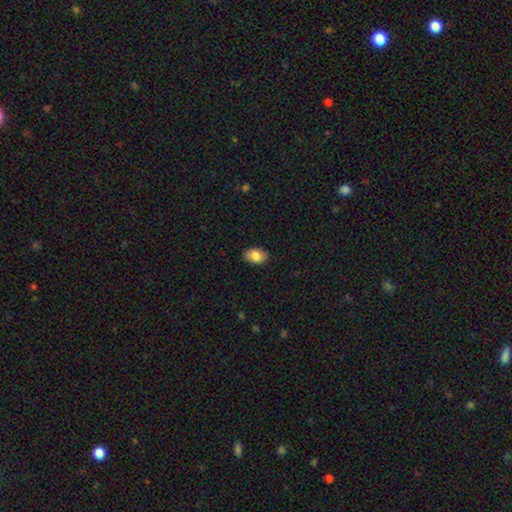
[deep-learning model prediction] The model was most divided on "merging": none: 86%, minor disturbance: 11%, major disturbance: 2%, merger: 1%. More confident: how rounded — in between (88%); smooth or featured — smooth (84%).